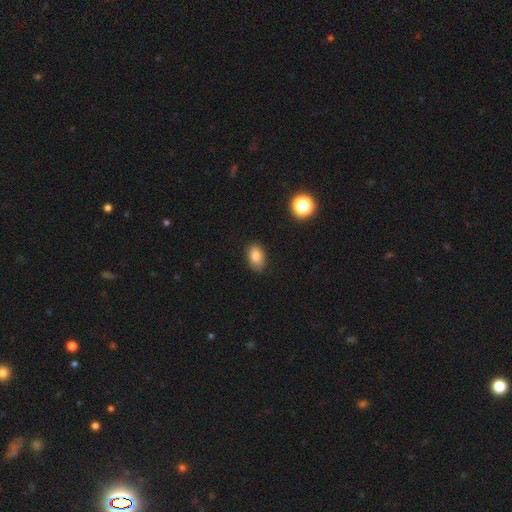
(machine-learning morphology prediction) Q: Smooth or featured?
A: smooth (83%); runner-up: star or artifact (10%)
Q: How rounded?
A: in between (88%); runner-up: round (11%)
Q: Merging?
A: none (84%); runner-up: minor disturbance (12%)